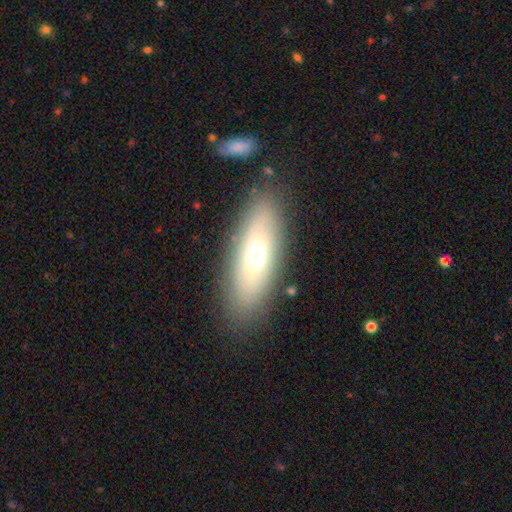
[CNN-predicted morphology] Smooth or featured? smooth (54%)
How rounded? in between (58%)
Merging? none (82%)